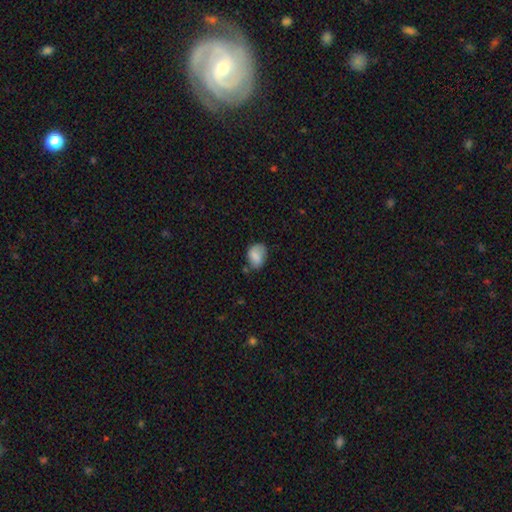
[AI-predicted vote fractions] Smooth or featured?
  - smooth: 77% *
  - featured or disk: 14%
  - star or artifact: 9%
How rounded?
  - in between: 67% *
  - round: 31%
  - cigar-shaped: 1%
Merging?
  - none: 56% *
  - minor disturbance: 31%
  - major disturbance: 9%
  - merger: 5%